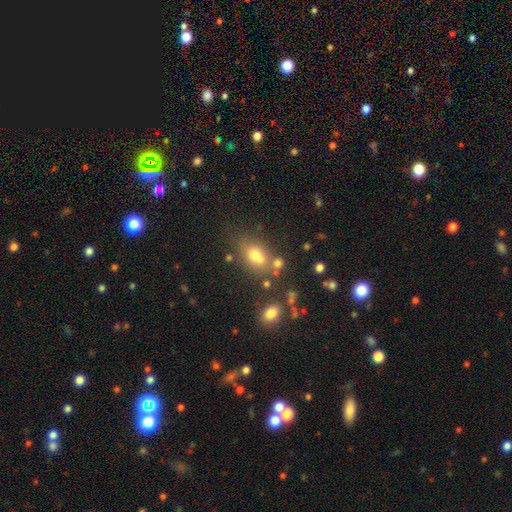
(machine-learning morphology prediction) This appears to be a smooth galaxy with no disk features (70%) that is in between round and cigar-shaped (69%). Merging: none (53%).